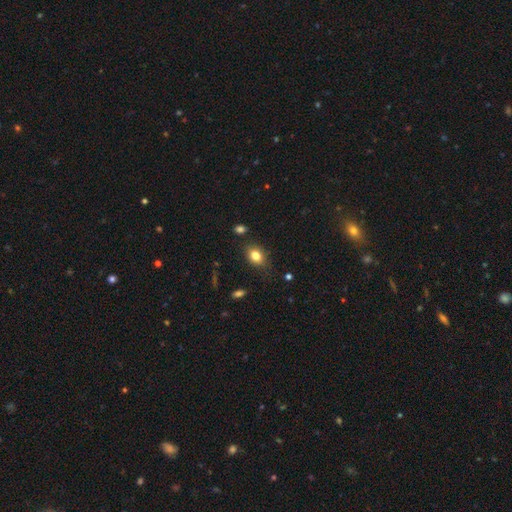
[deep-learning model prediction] This is clearly a smooth galaxy (81%). How rounded: likely in between (70%). Merging: likely none (79%).